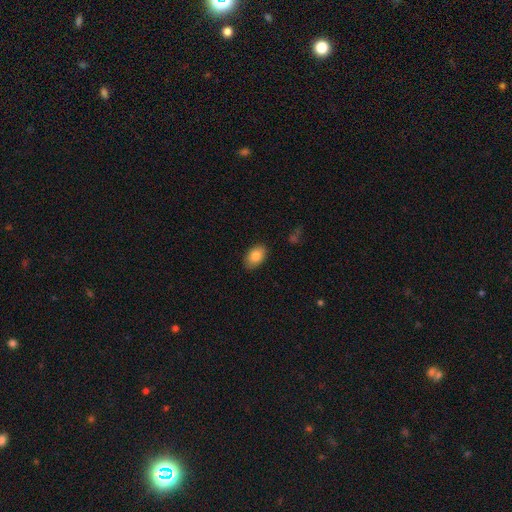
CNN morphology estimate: Smooth or featured? smooth (85%)
How rounded? in between (90%)
Merging? none (87%)